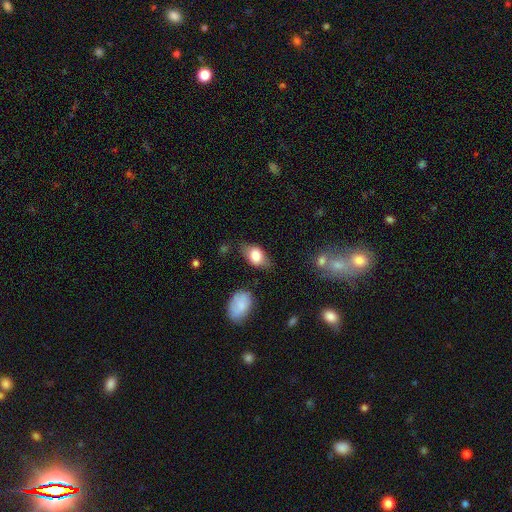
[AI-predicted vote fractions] Morphology: type=smooth (79%); roundness=in between (87%); merging=none (68%).